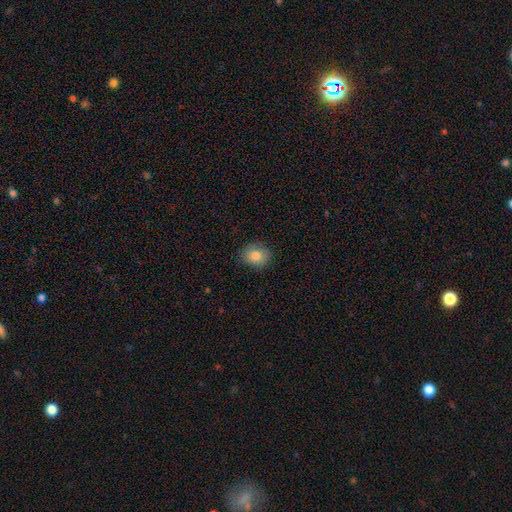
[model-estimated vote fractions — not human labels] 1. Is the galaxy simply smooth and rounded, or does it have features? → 83% smooth, 9% star or artifact, 8% featured or disk.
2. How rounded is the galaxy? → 62% round, 37% in between, 1% cigar-shaped.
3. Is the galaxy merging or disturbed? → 82% none, 14% minor disturbance, 3% major disturbance, 1% merger.